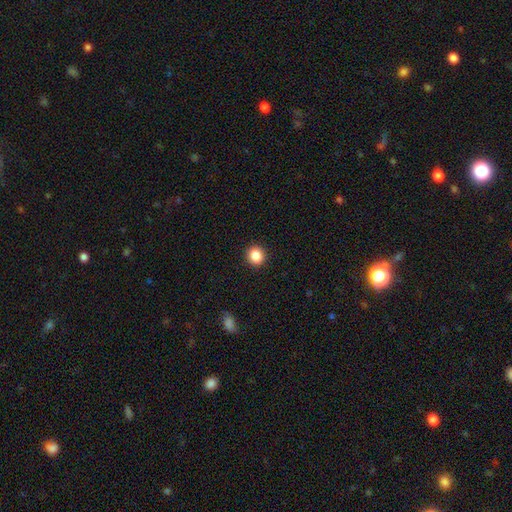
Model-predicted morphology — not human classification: Smooth or featured?
  - smooth: 87% *
  - star or artifact: 10%
  - featured or disk: 4%
How rounded?
  - round: 87% *
  - in between: 12%
  - cigar-shaped: 1%
Merging?
  - none: 92% *
  - minor disturbance: 5%
  - major disturbance: 2%
  - merger: 1%